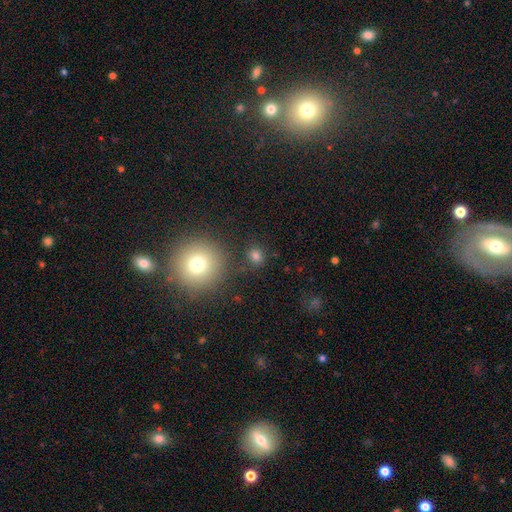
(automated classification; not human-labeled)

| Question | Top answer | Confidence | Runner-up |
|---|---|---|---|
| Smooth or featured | smooth | 78% | star or artifact (16%) |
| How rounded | round | 77% | in between (22%) |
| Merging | none | 78% | minor disturbance (10%) |